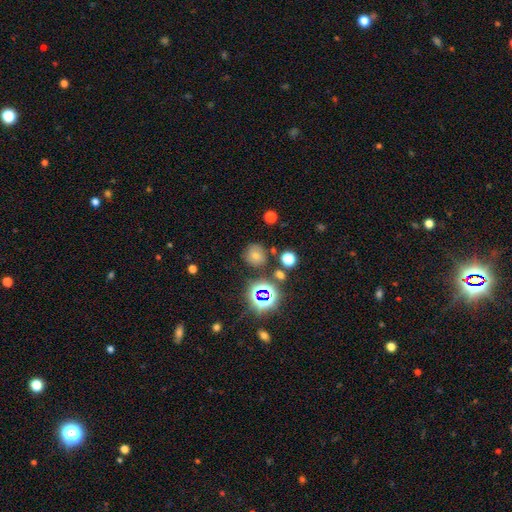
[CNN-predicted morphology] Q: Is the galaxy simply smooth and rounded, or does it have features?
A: star or artifact — 45%.